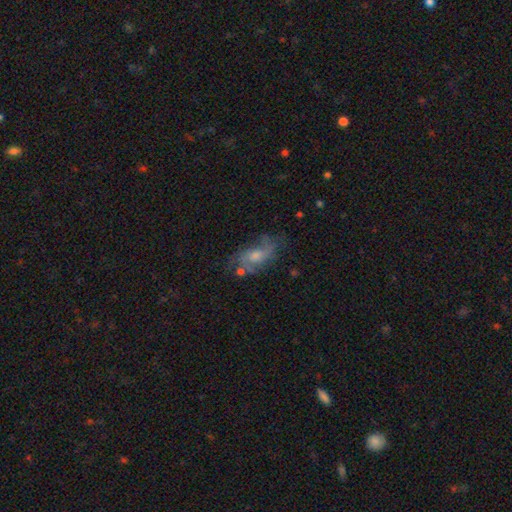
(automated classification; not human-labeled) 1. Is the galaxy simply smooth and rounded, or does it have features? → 56% featured or disk, 32% smooth, 12% star or artifact.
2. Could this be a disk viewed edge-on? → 89% no, 11% yes.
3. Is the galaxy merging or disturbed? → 55% none, 24% minor disturbance, 15% major disturbance, 6% merger.